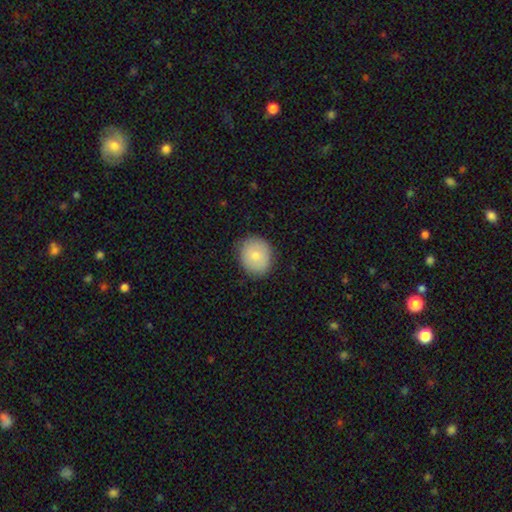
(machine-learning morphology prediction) smooth 78%, featured or disk 15%, star or artifact 7%. Down the decision tree: how rounded — round (70%); merging — none (82%).